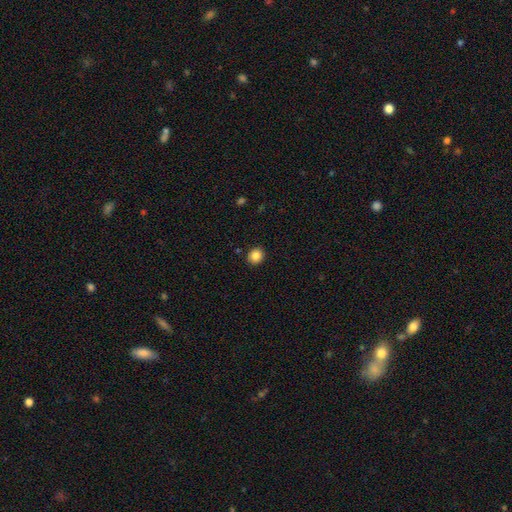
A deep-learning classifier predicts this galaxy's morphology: Smooth or featured? smooth (85%)
How rounded? round (81%)
Merging? none (91%)